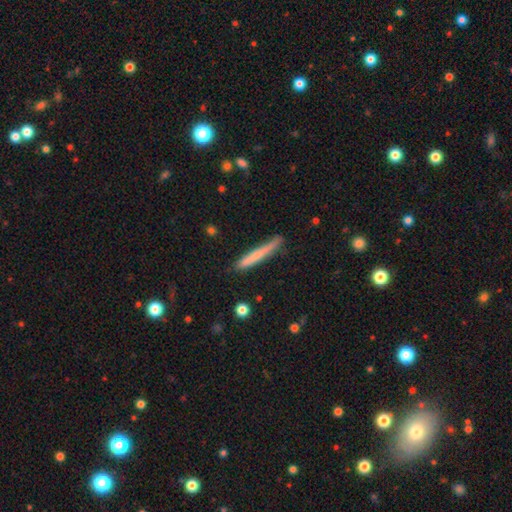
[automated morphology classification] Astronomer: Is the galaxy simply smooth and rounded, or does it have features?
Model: smooth — 60%.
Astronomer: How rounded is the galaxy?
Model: cigar-shaped — 96%.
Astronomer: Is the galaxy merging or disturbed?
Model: none — 81%.